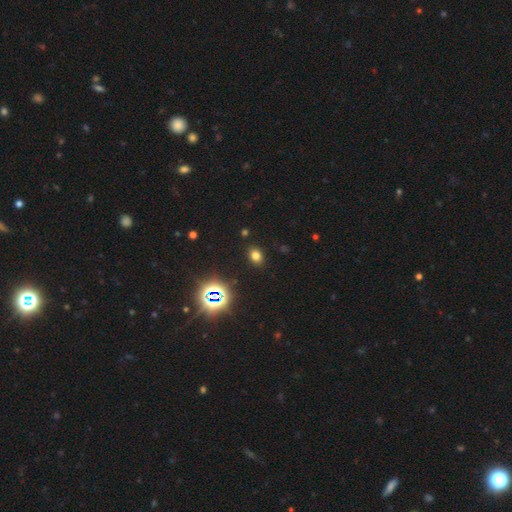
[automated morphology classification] Smooth or featured?
  - smooth: 69% *
  - star or artifact: 24%
  - featured or disk: 7%
How rounded?
  - in between: 62% *
  - round: 37%
  - cigar-shaped: 1%
Merging?
  - none: 88% *
  - minor disturbance: 8%
  - major disturbance: 3%
  - merger: 2%